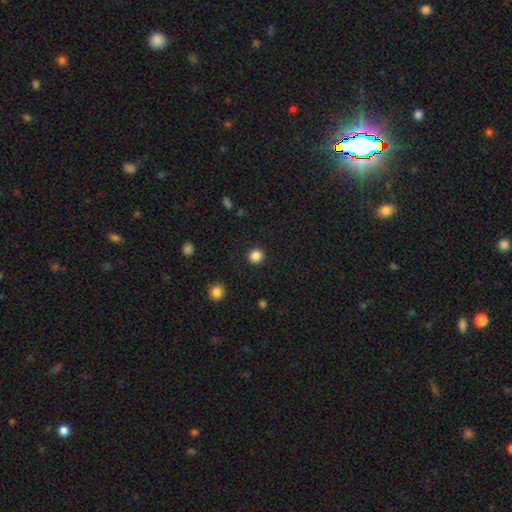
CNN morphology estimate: Smooth or featured? smooth (86%)
How rounded? round (94%)
Merging? none (92%)